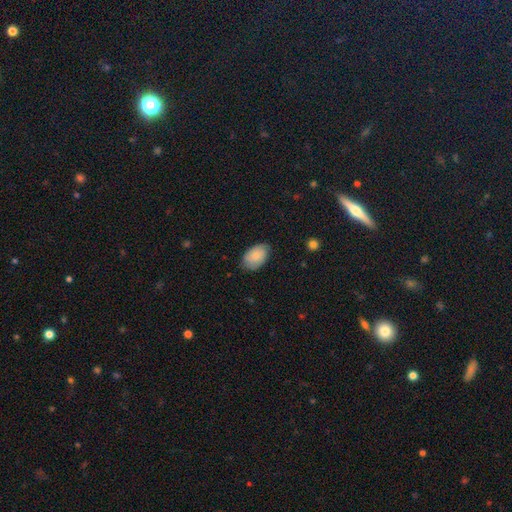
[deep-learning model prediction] A smooth galaxy with no disk features (81%) that is in between round and cigar-shaped (90%).

Vote fractions:
- Smooth or featured? smooth: 81% / featured or disk: 12% / star or artifact: 6%
- How rounded? in between: 90% / round: 9% / cigar-shaped: 1%
- Merging? none: 76% / minor disturbance: 20% / major disturbance: 3% / merger: 1%